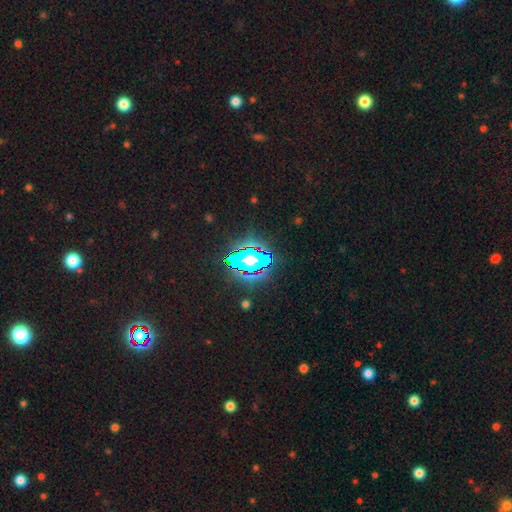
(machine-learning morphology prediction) type=star or artifact (81%).